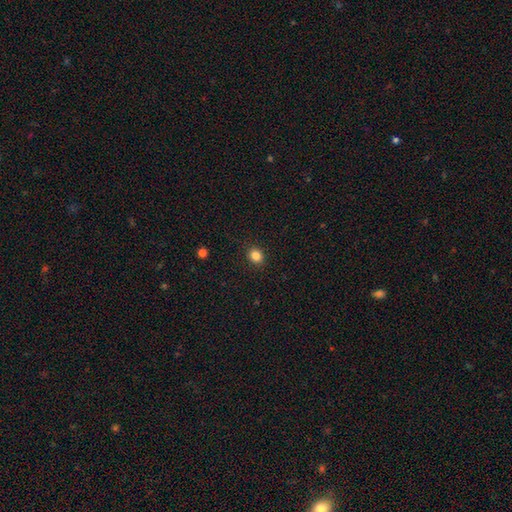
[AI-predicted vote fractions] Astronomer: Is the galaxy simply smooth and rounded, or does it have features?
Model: smooth — 83%.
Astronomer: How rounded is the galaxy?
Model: round — 65%.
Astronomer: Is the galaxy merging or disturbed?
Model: none — 90%.